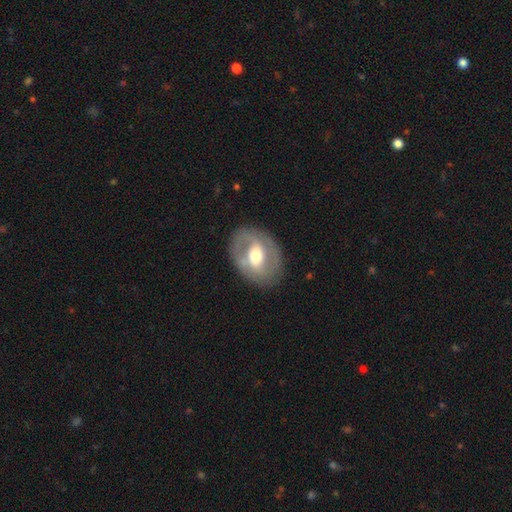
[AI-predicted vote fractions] Smooth or featured? featured or disk (65%)
Edge-on disk? no (94%)
Bar? weak (39%)
Spiral arms? yes (52%)
Bulge size? moderate (66%)
Merging? none (79%)